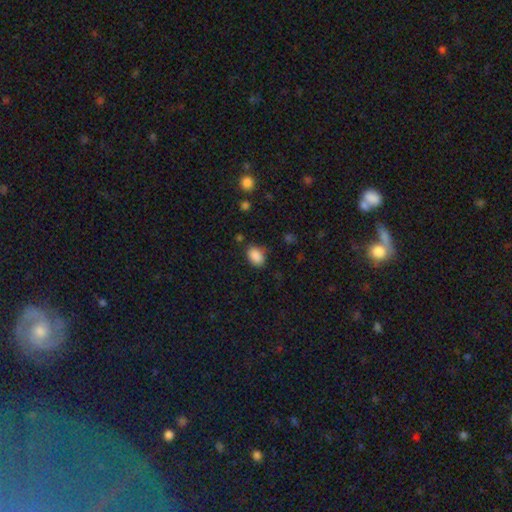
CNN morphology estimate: Smooth or featured? Predicted: smooth (p=0.87). How rounded? Predicted: in between (p=0.82). Merging? Predicted: none (p=0.75).